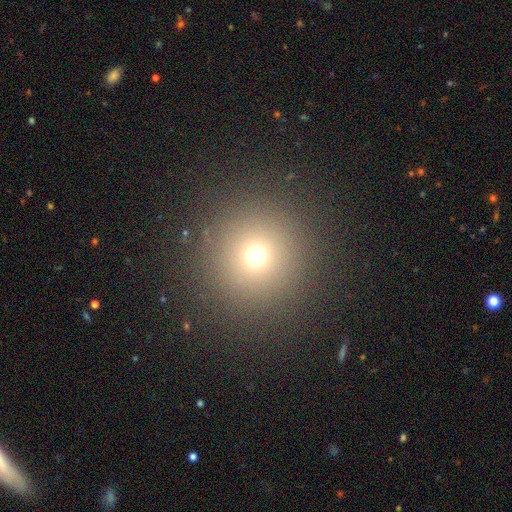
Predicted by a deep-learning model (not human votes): smooth_or_featured: smooth (p=0.69) [alt: star or artifact p=0.22]
how_rounded: round (p=0.96) [alt: in between p=0.03]
merging: none (p=0.90) [alt: minor disturbance p=0.05]